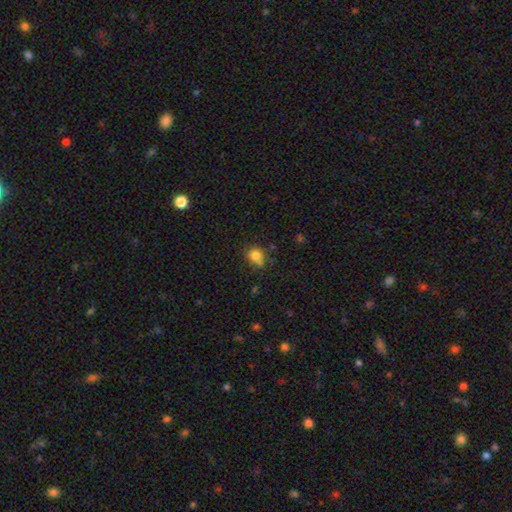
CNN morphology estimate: A smooth galaxy with no disk features (79%) that is round (63%). Merging: none (57%).